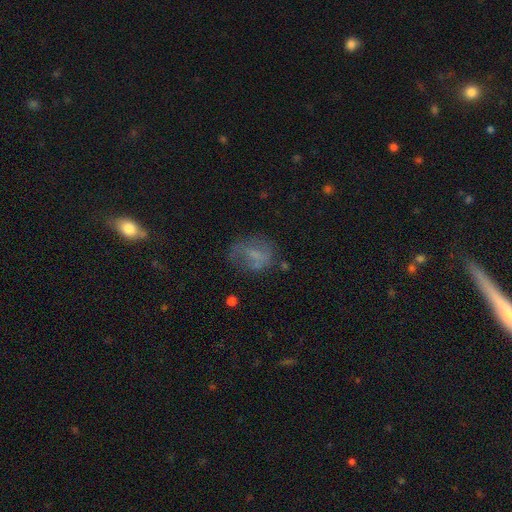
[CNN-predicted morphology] Smooth or featured? smooth (52%)
How rounded? in between (55%)
Merging? none (49%)